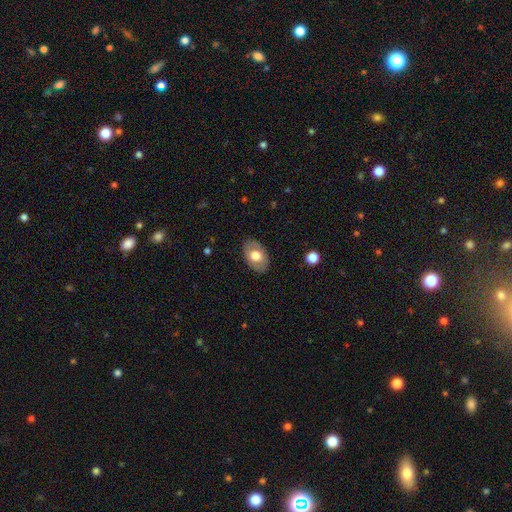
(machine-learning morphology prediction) Smooth or featured: smooth — 61% (featured or disk — 33%)
How rounded: in between — 87% (round — 12%)
Merging: none — 84% (minor disturbance — 12%)